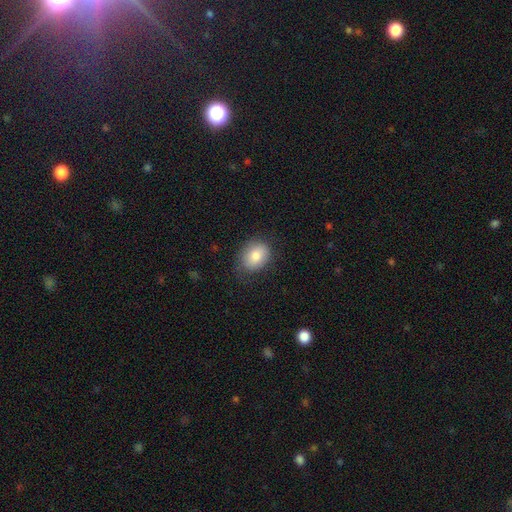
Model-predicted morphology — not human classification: smooth-or-featured: smooth: 81% | featured or disk: 11% | star or artifact: 8%
  how-rounded: in between: 61% | round: 38% | cigar-shaped: 1%
  merging: none: 75% | minor disturbance: 19% | major disturbance: 5% | merger: 1%